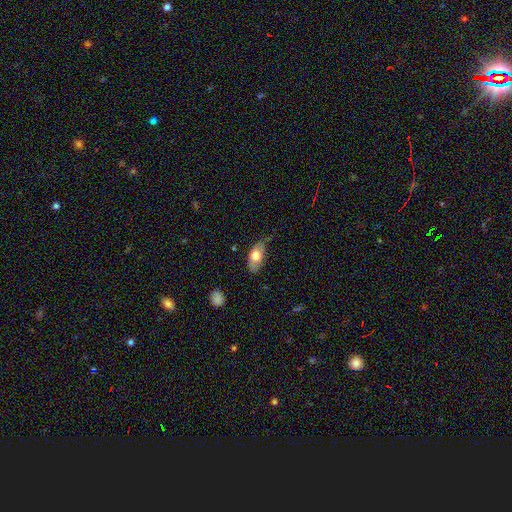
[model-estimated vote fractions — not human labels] smooth-or-featured: smooth: 73% | featured or disk: 20% | star or artifact: 7%
  how-rounded: in between: 89% | cigar-shaped: 6% | round: 5%
  merging: none: 58% | minor disturbance: 32% | major disturbance: 7% | merger: 2%